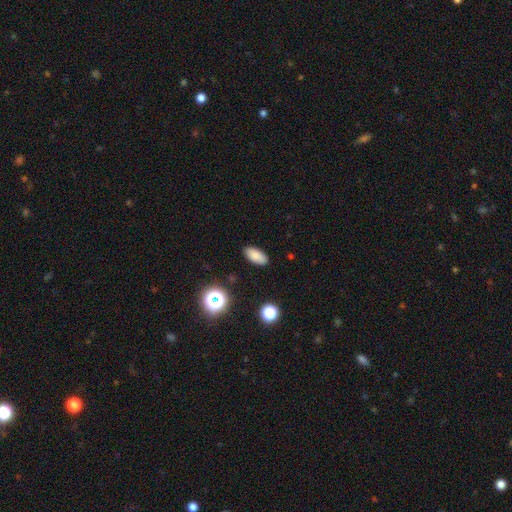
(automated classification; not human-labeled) This is clearly a smooth galaxy (84%). How rounded: clearly in between (90%). Merging: clearly none (89%).